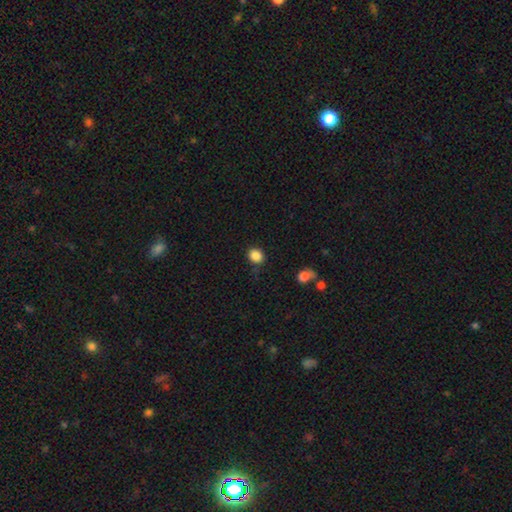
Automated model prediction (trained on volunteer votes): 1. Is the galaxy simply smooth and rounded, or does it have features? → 86% smooth, 10% star or artifact, 4% featured or disk.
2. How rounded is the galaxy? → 69% round, 30% in between, 1% cigar-shaped.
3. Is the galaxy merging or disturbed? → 83% none, 11% minor disturbance, 3% major disturbance, 2% merger.